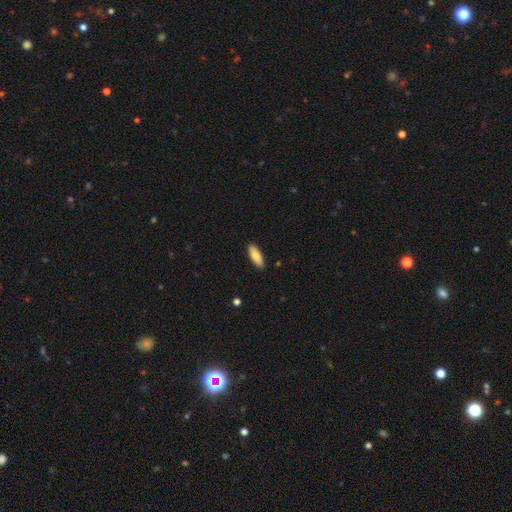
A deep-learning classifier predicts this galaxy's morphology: Smooth or featured?
  - smooth: 80% *
  - featured or disk: 14%
  - star or artifact: 6%
How rounded?
  - in between: 68% *
  - cigar-shaped: 30%
  - round: 2%
Merging?
  - none: 89% *
  - minor disturbance: 8%
  - major disturbance: 2%
  - merger: 1%